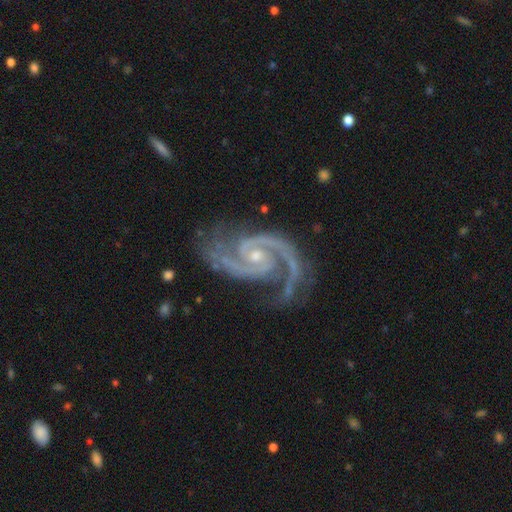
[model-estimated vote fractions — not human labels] Smooth or featured: featured or disk — 95% (star or artifact — 4%)
Edge-on disk: no — 98% (yes — 2%)
Bar: no — 55% (weak — 34%)
Spiral arms: yes — 99% (no — 1%)
Spiral winding: medium — 59% (tight — 32%)
Spiral arm count: 2 — 90% (3 — 4%)
Bulge size: small — 59% (moderate — 37%)
Merging: none — 70% (minor disturbance — 20%)